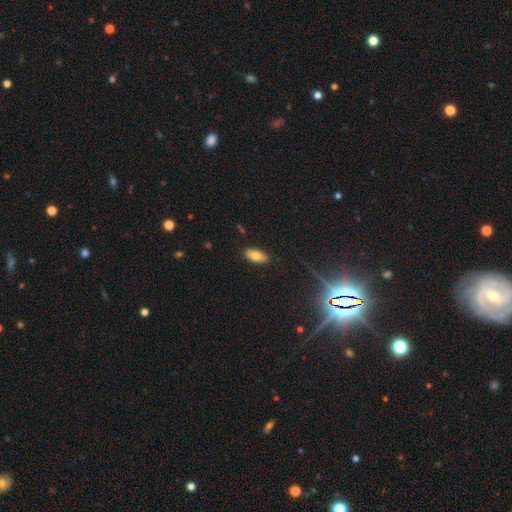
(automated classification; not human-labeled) Overall: smooth (77%). How rounded: in between (85%). Merging: none (89%).